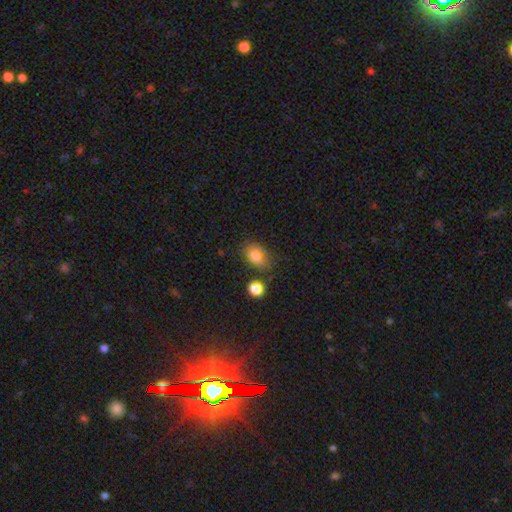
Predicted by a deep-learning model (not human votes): Smooth or featured: smooth — 81% (featured or disk — 10%)
How rounded: in between — 80% (round — 19%)
Merging: none — 69% (minor disturbance — 21%)